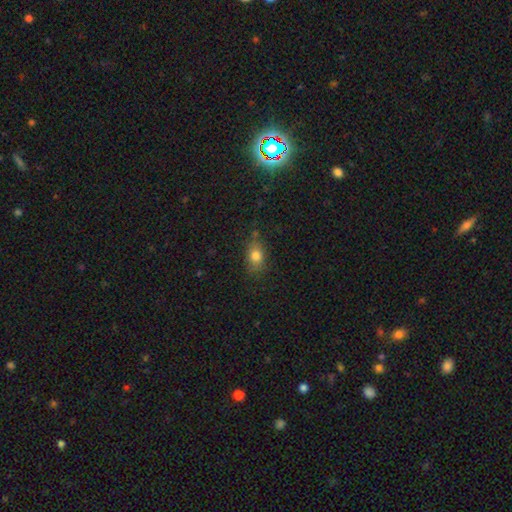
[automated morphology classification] A smooth galaxy with no disk features (79%) that is in between round and cigar-shaped (72%).

Vote fractions:
- Smooth or featured? smooth: 79% / star or artifact: 11% / featured or disk: 10%
- How rounded? in between: 72% / round: 25% / cigar-shaped: 3%
- Merging? none: 73% / minor disturbance: 19% / major disturbance: 5% / merger: 3%